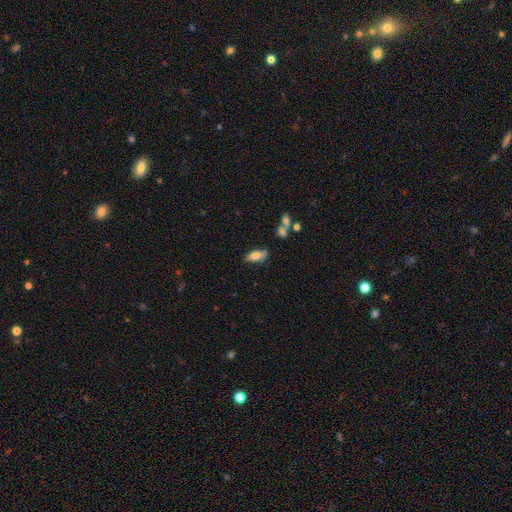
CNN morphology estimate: This is likely a smooth galaxy (68%). How rounded: likely in between (78%). Merging: likely none (72%).